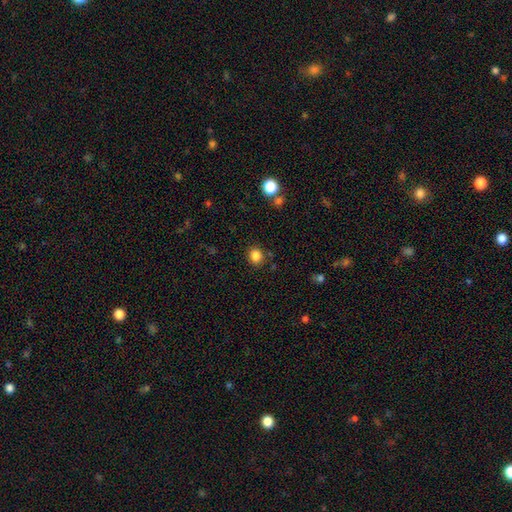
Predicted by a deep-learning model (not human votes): Smooth or featured?
  - smooth: 84% *
  - star or artifact: 11%
  - featured or disk: 4%
How rounded?
  - round: 75% *
  - in between: 24%
  - cigar-shaped: 1%
Merging?
  - none: 86% *
  - minor disturbance: 8%
  - merger: 3%
  - major disturbance: 3%